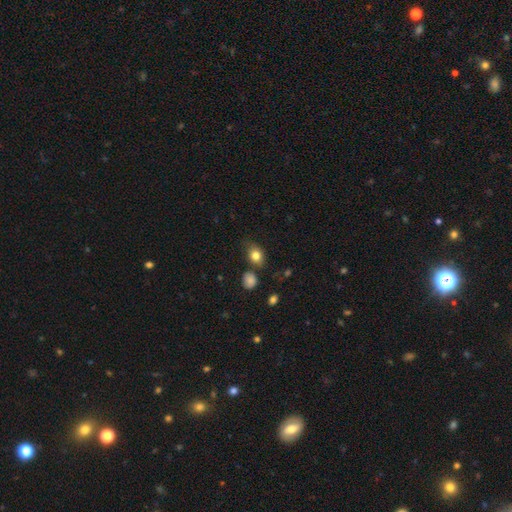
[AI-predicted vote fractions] The model was most divided on "how rounded": in between: 59%, round: 40%, cigar-shaped: 2%. More confident: smooth or featured — smooth (82%); merging — none (69%).